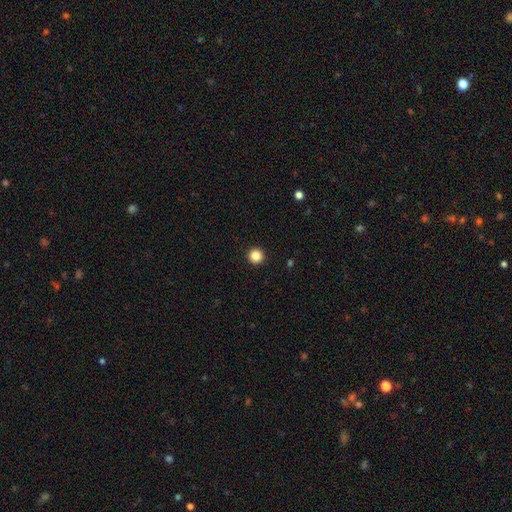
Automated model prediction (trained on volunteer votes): smooth-or-featured: smooth: 85% | star or artifact: 11% | featured or disk: 4%
  how-rounded: round: 96% | in between: 3% | cigar-shaped: 1%
  merging: none: 94% | minor disturbance: 4% | major disturbance: 1% | merger: 1%